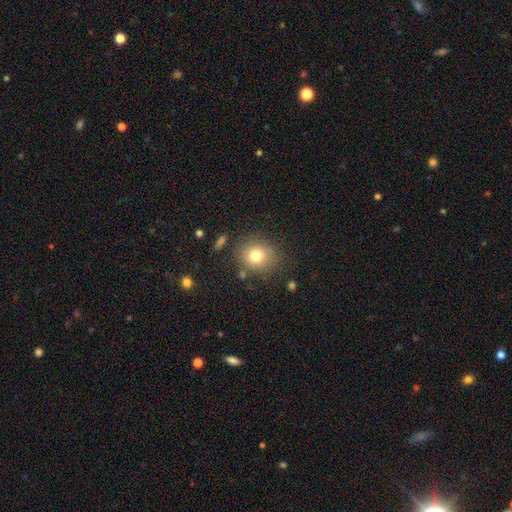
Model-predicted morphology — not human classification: This is likely a smooth galaxy (77%). How rounded: likely round (69%). Merging: likely none (79%).